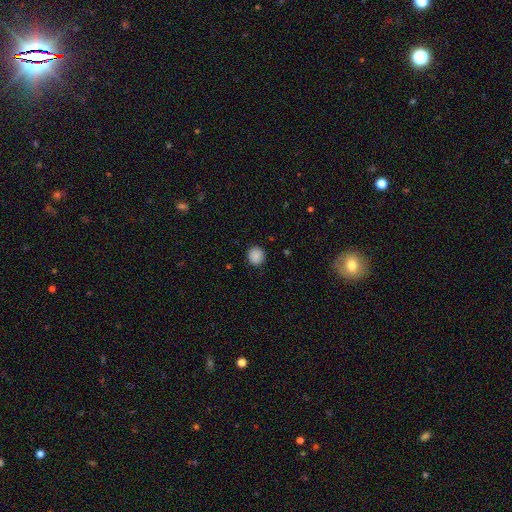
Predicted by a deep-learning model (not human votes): A smooth galaxy with no disk features (89%) that is round (89%). Merging: none (91%).